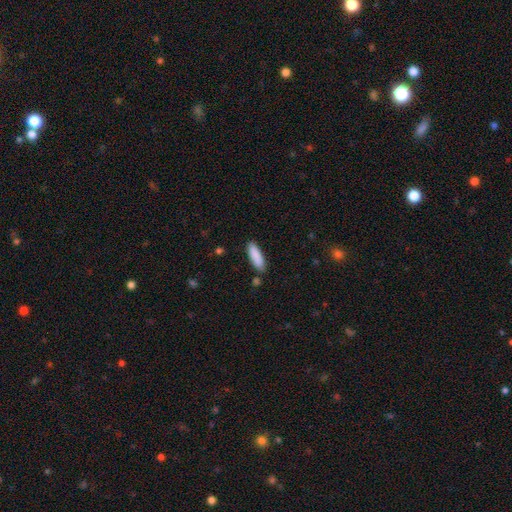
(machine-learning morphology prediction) Smooth or featured?
  - smooth: 88% *
  - featured or disk: 6%
  - star or artifact: 6%
How rounded?
  - cigar-shaped: 53% *
  - in between: 46%
  - round: 1%
Merging?
  - none: 83% *
  - minor disturbance: 11%
  - merger: 4%
  - major disturbance: 2%